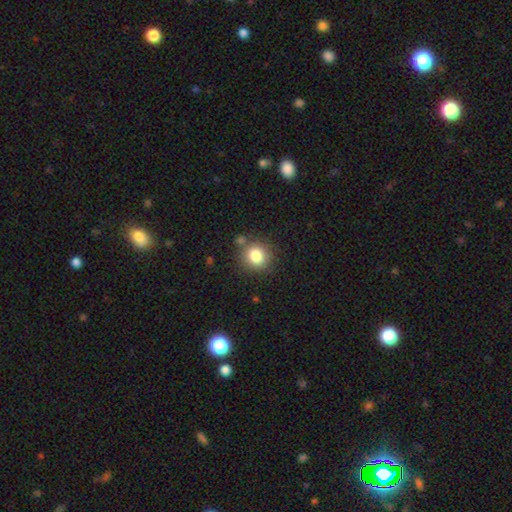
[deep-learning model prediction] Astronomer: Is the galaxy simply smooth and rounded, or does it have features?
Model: smooth — 82%.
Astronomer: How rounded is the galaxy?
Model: round — 85%.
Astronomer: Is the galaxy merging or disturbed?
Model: none — 79%.